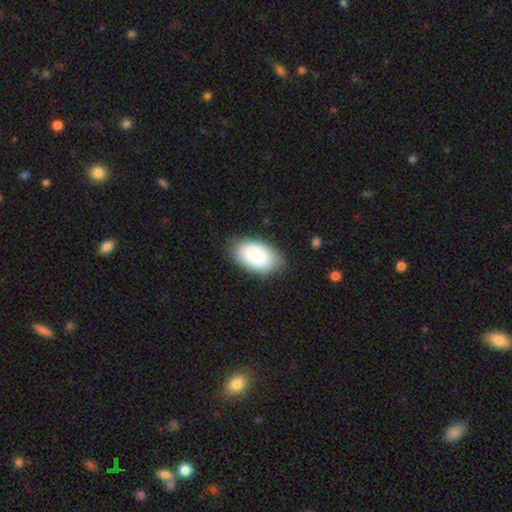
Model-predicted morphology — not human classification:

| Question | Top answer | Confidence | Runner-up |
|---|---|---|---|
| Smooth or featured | smooth | 83% | featured or disk (11%) |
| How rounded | in between | 94% | round (5%) |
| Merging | none | 79% | minor disturbance (15%) |